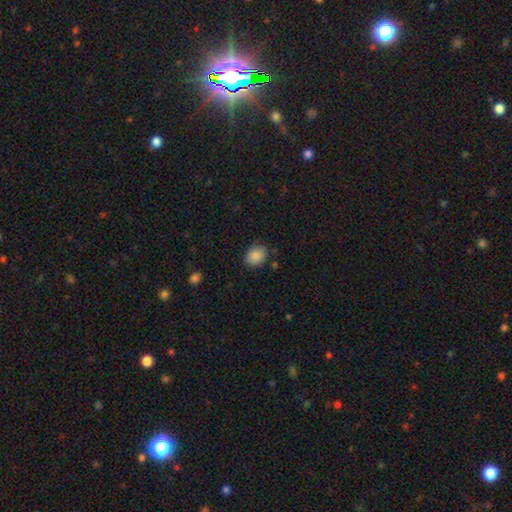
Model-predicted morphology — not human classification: Smooth or featured?
  - smooth: 88% *
  - star or artifact: 8%
  - featured or disk: 4%
How rounded?
  - in between: 55% *
  - round: 44%
  - cigar-shaped: 1%
Merging?
  - none: 83% *
  - minor disturbance: 12%
  - major disturbance: 3%
  - merger: 2%